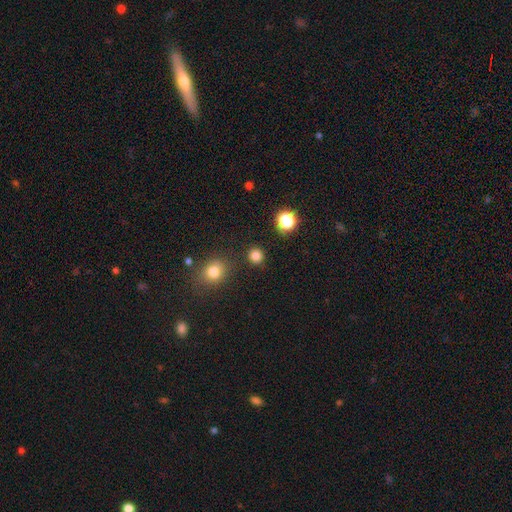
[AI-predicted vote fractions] Smooth or featured?
  - smooth: 81% *
  - star or artifact: 15%
  - featured or disk: 4%
How rounded?
  - round: 91% *
  - in between: 8%
  - cigar-shaped: 1%
Merging?
  - none: 89% *
  - minor disturbance: 6%
  - merger: 3%
  - major disturbance: 2%